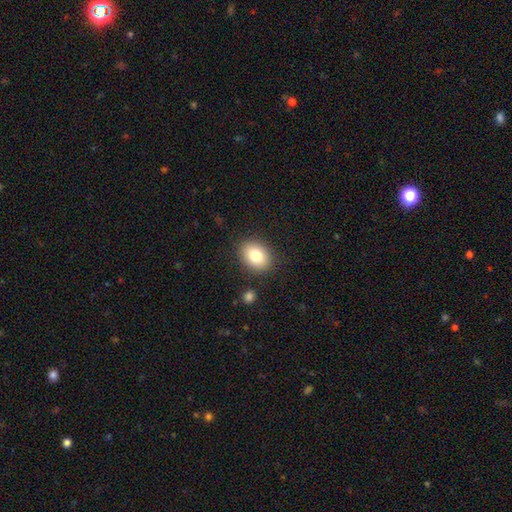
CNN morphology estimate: Smooth or featured? Predicted: smooth (p=0.82). How rounded? Predicted: in between (p=0.63). Merging? Predicted: none (p=0.86).